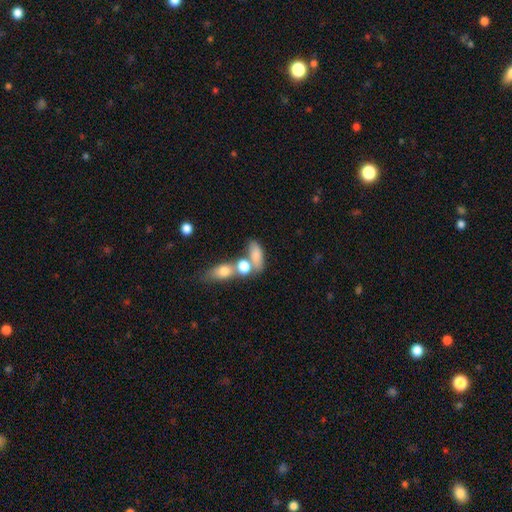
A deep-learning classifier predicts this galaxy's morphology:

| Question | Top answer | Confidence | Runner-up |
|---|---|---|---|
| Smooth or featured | smooth | 77% | featured or disk (14%) |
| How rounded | in between | 72% | cigar-shaped (14%) |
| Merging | merger | 44% | none (37%) |